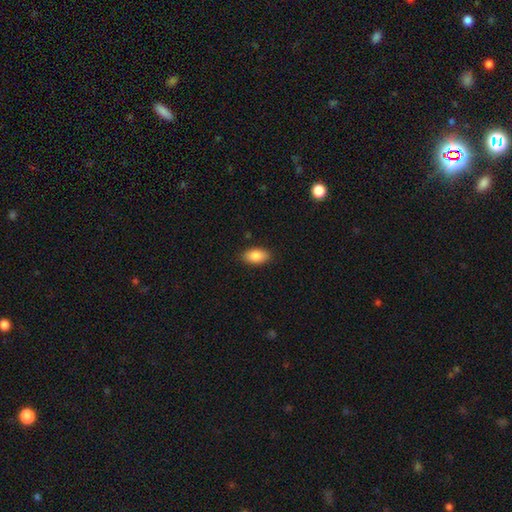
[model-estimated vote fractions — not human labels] smooth 86%, featured or disk 7%, star or artifact 7%. Down the decision tree: how rounded — in between (93%); merging — none (87%).